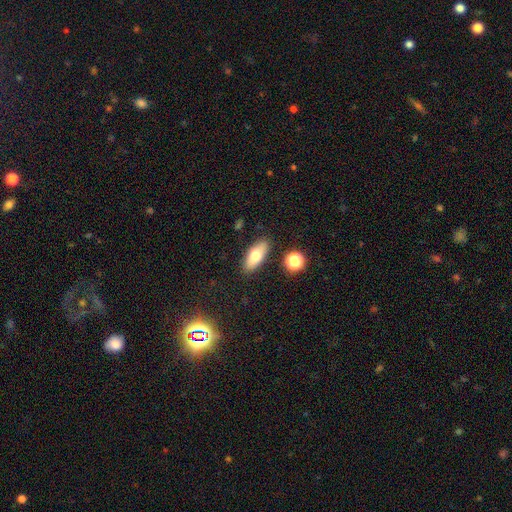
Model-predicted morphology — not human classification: Q: Smooth or featured?
A: smooth (71%); runner-up: featured or disk (21%)
Q: How rounded?
A: in between (81%); runner-up: cigar-shaped (15%)
Q: Merging?
A: none (86%); runner-up: minor disturbance (9%)